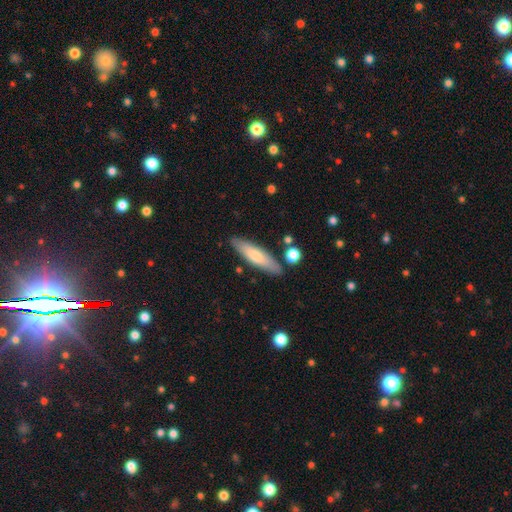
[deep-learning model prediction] A smooth galaxy with no disk features (68%) that is cigar-shaped (70%). Merging: none (84%).